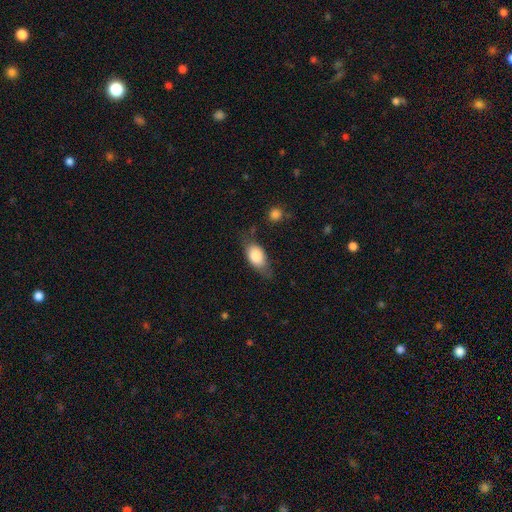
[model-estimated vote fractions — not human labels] Q: Smooth or featured?
A: smooth (78%); runner-up: featured or disk (15%)
Q: How rounded?
A: in between (86%); runner-up: round (8%)
Q: Merging?
A: none (59%); runner-up: minor disturbance (27%)